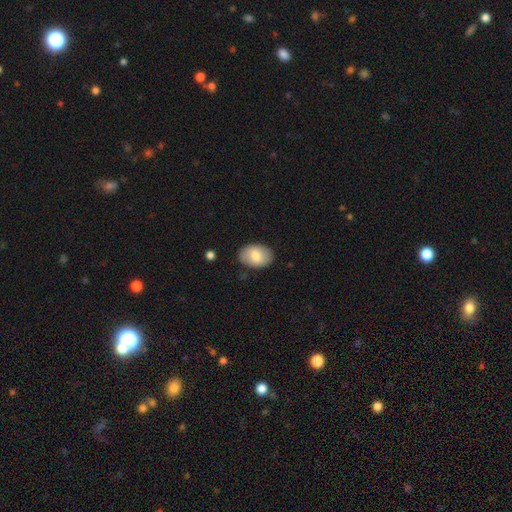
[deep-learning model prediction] This is likely a smooth galaxy (78%). How rounded: clearly in between (88%). Merging: clearly none (85%).